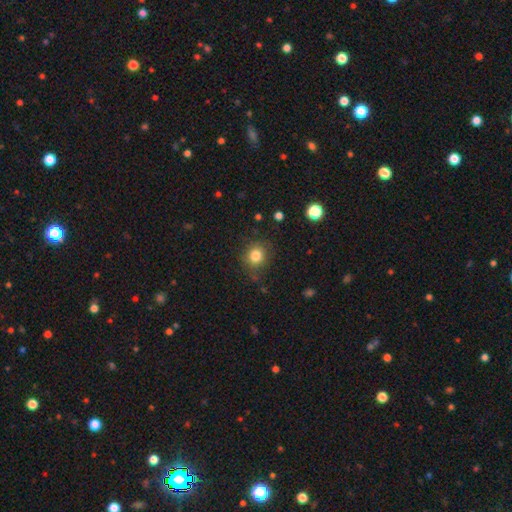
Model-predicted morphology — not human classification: Overall: smooth (82%). How rounded: round (82%). Merging: none (80%).